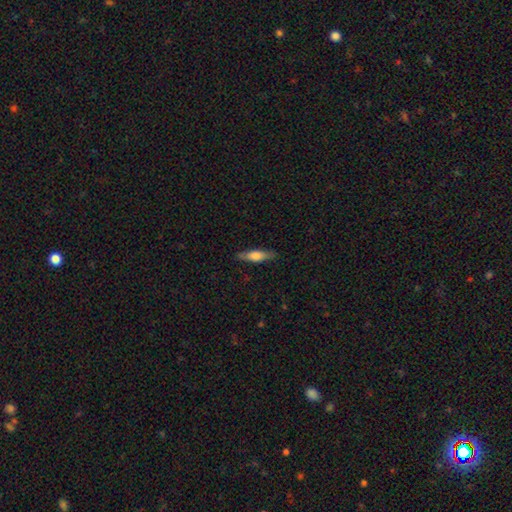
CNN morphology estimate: Smooth or featured: smooth — 58% (featured or disk — 36%)
How rounded: cigar-shaped — 63% (in between — 35%)
Merging: none — 84% (minor disturbance — 12%)